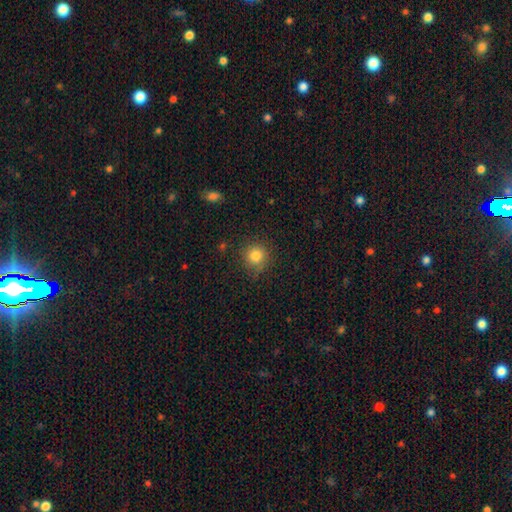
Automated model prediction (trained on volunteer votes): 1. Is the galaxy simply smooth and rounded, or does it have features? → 82% smooth, 11% star or artifact, 6% featured or disk.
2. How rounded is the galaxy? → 91% round, 8% in between, 1% cigar-shaped.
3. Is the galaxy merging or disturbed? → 82% none, 12% minor disturbance, 4% major disturbance, 2% merger.